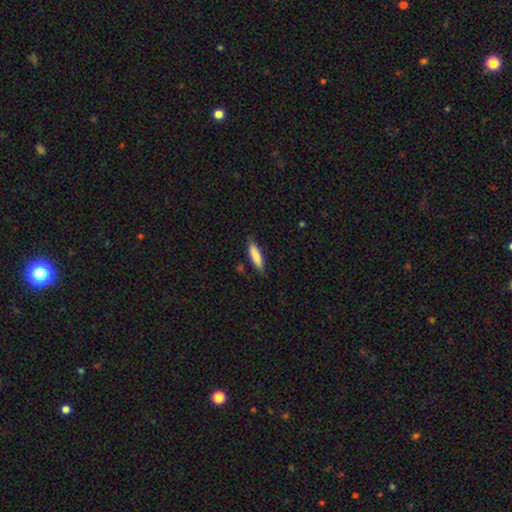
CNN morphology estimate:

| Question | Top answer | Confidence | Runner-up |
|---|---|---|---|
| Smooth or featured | smooth | 84% | featured or disk (11%) |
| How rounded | cigar-shaped | 74% | in between (24%) |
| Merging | none | 84% | minor disturbance (12%) |